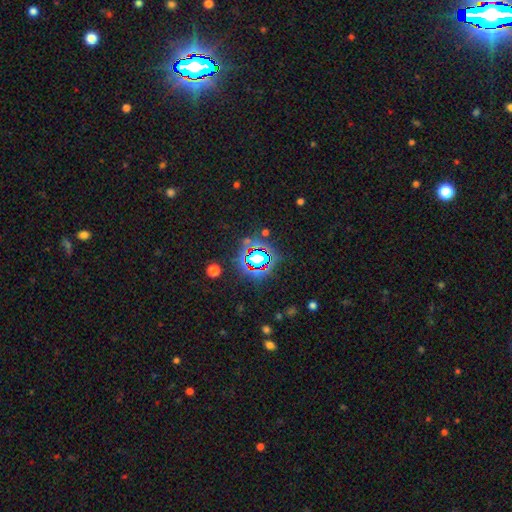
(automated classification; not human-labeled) smooth_or_featured: star or artifact (p=0.79) [alt: smooth p=0.13]